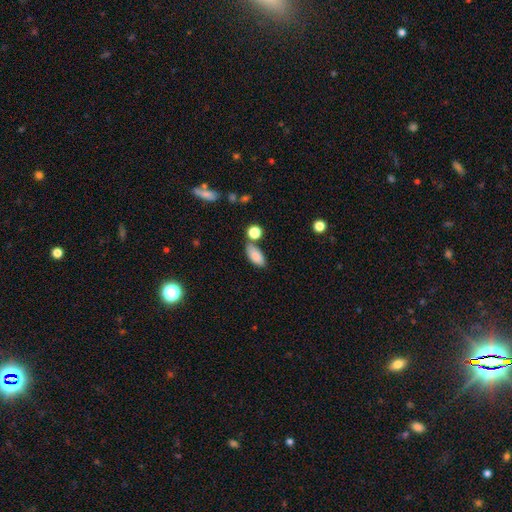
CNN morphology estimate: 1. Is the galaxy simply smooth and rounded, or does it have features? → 86% smooth, 8% star or artifact, 7% featured or disk.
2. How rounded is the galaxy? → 87% in between, 9% cigar-shaped, 4% round.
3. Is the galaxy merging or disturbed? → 68% none, 15% minor disturbance, 13% merger, 4% major disturbance.